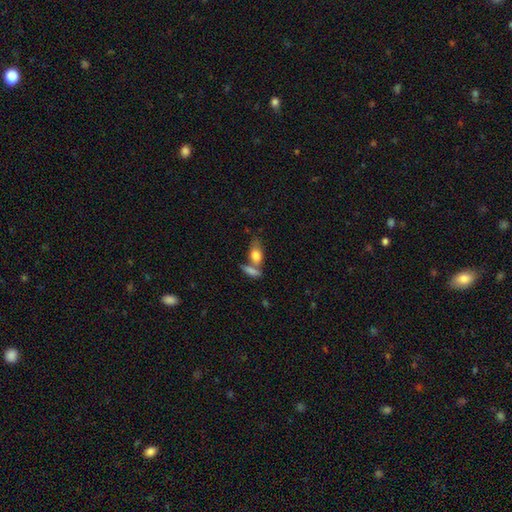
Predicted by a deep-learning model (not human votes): The model was most divided on "merging": none: 44%, merger: 38%, minor disturbance: 13%, major disturbance: 5%. More confident: how rounded — in between (79%); smooth or featured — smooth (77%).